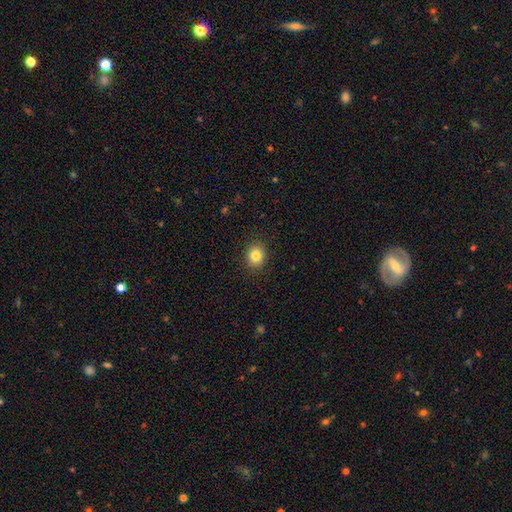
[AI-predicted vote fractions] This is clearly a smooth galaxy (83%). How rounded: likely round (69%). Merging: clearly none (90%).